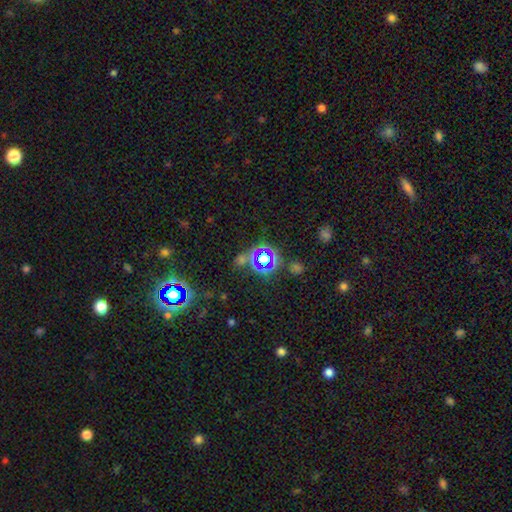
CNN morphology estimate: smooth-or-featured: star or artifact: 67% | smooth: 24% | featured or disk: 9%